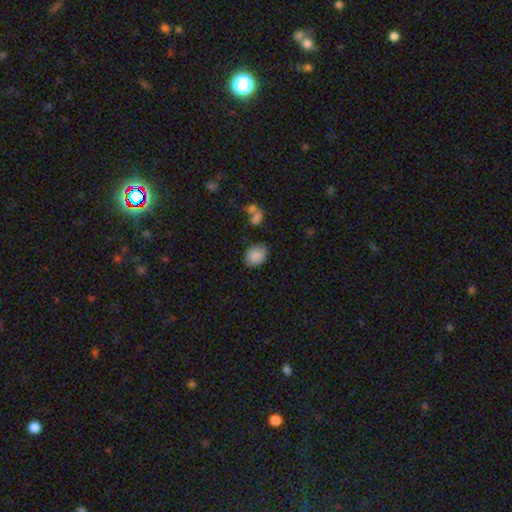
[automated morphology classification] Smooth or featured? Predicted: smooth (p=0.87). How rounded? Predicted: in between (p=0.56). Merging? Predicted: none (p=0.78).